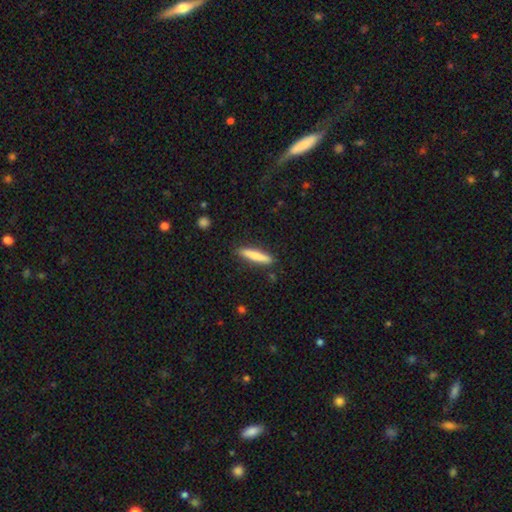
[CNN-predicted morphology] smooth 76%, featured or disk 18%, star or artifact 6%. Down the decision tree: how rounded — cigar-shaped (90%); merging — none (88%).